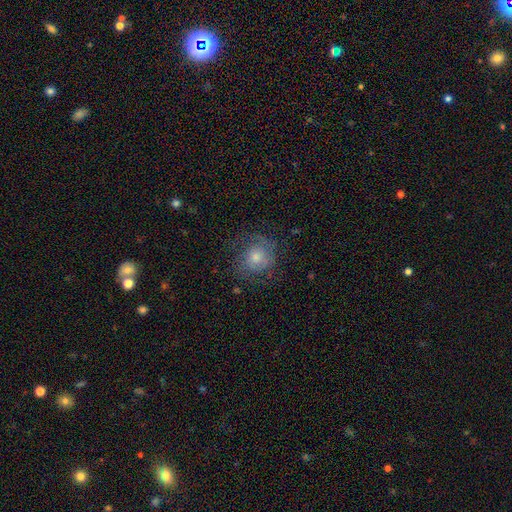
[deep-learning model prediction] A featured or disk galaxy (44%). Merging: none (68%).